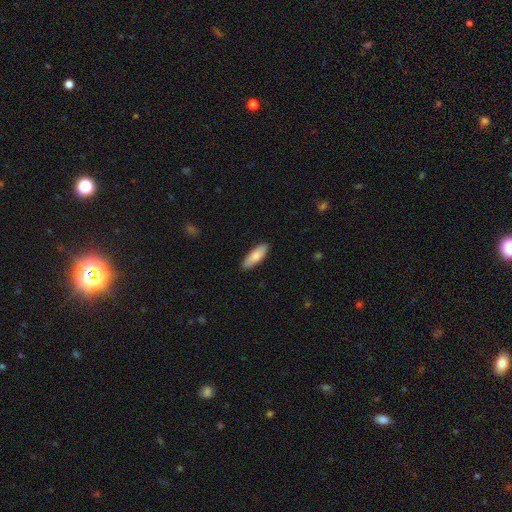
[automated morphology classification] A smooth galaxy with no disk features (85%) that is in between round and cigar-shaped (63%).

Vote fractions:
- Smooth or featured? smooth: 85% / featured or disk: 10% / star or artifact: 5%
- How rounded? in between: 63% / cigar-shaped: 35% / round: 2%
- Merging? none: 89% / minor disturbance: 9% / major disturbance: 2% / merger: 1%